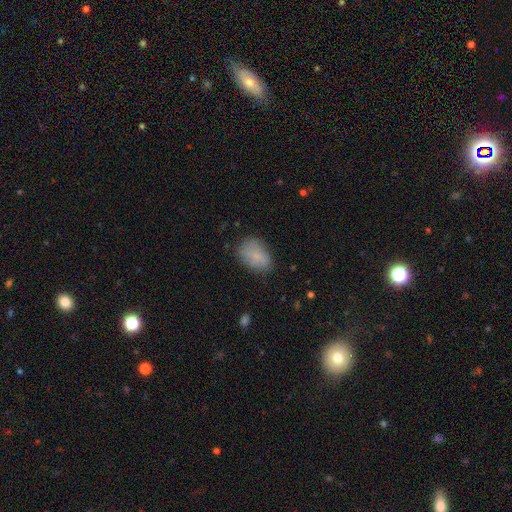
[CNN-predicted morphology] smooth_or_featured: smooth (p=0.78) [alt: featured or disk p=0.13]
how_rounded: in between (p=0.83) [alt: round p=0.15]
merging: none (p=0.67) [alt: minor disturbance p=0.24]